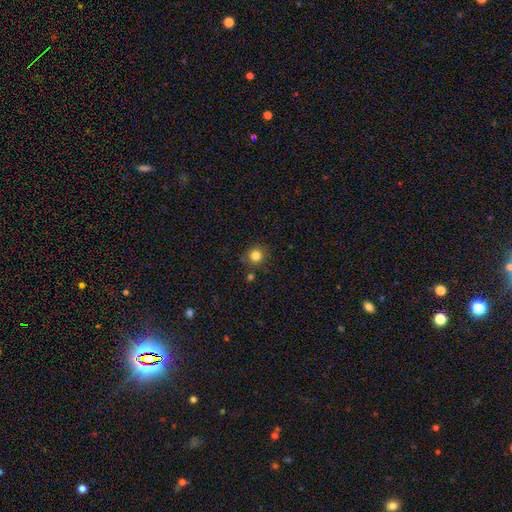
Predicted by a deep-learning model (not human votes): smooth-or-featured: smooth: 82% | star or artifact: 12% | featured or disk: 6%
  how-rounded: round: 90% | in between: 9% | cigar-shaped: 1%
  merging: none: 79% | minor disturbance: 12% | merger: 5% | major disturbance: 3%